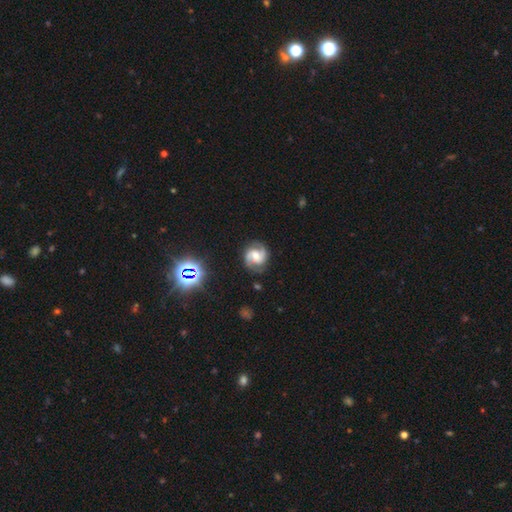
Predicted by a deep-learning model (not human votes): This is clearly a featured or disk galaxy (84%). It is clearly not viewed edge-on (98%). Bar: marginally weak (42%). Spiral arm pattern: clearly yes (97%). Spiral arm count: clearly 2 (91%). Spiral winding: possibly medium (53%). Central bulge: likely moderate (64%). Merging: clearly none (83%).